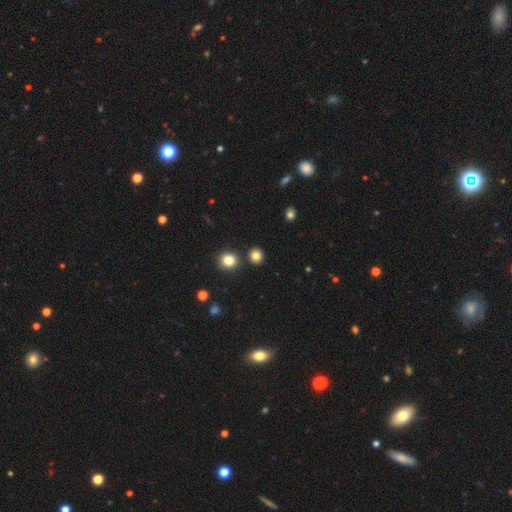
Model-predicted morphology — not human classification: Smooth or featured?
  - smooth: 82% *
  - star or artifact: 13%
  - featured or disk: 5%
How rounded?
  - round: 86% *
  - in between: 13%
  - cigar-shaped: 1%
Merging?
  - none: 85% *
  - minor disturbance: 6%
  - merger: 6%
  - major disturbance: 2%